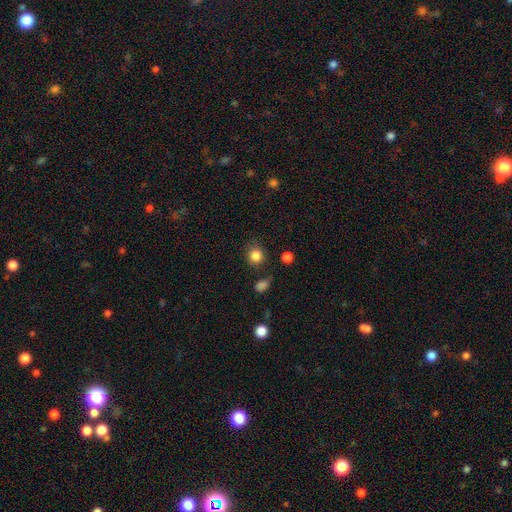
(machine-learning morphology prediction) Smooth or featured: smooth — 85% (star or artifact — 11%)
How rounded: round — 88% (in between — 11%)
Merging: none — 81% (minor disturbance — 12%)